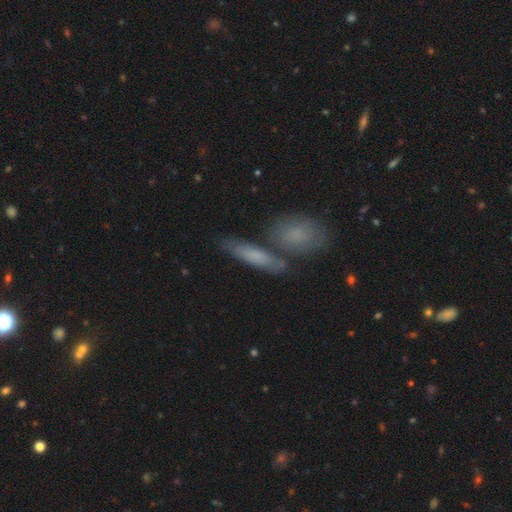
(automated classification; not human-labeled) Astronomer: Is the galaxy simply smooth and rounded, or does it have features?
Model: smooth — 65%.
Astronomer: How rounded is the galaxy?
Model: cigar-shaped — 63%.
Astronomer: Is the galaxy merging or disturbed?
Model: none — 60%.